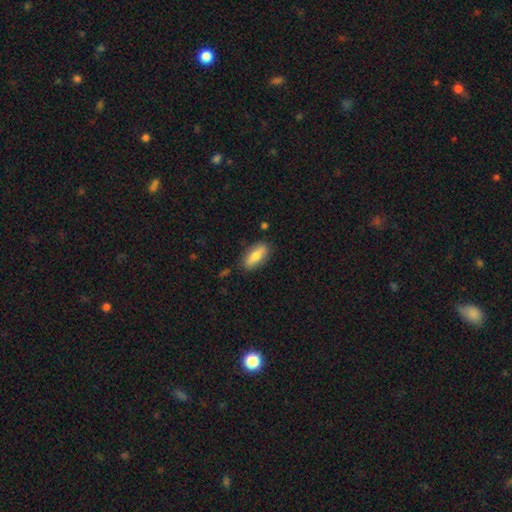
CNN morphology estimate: smooth_or_featured: smooth (p=0.73) [alt: featured or disk p=0.21]
how_rounded: in between (p=0.72) [alt: cigar-shaped p=0.25]
merging: none (p=0.84) [alt: minor disturbance p=0.12]